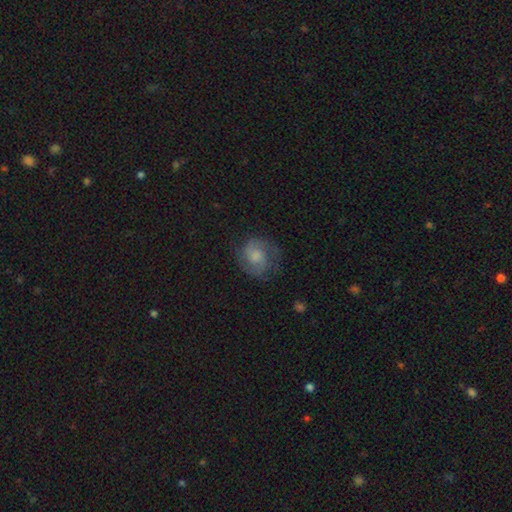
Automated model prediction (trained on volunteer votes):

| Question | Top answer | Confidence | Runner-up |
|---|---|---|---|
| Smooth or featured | featured or disk | 58% | smooth (34%) |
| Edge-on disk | no | 98% | yes (2%) |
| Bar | no | 60% | weak (34%) |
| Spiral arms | yes | 91% | no (9%) |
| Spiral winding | medium | 48% | tight (33%) |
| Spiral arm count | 2 | 81% | can't tell (10%) |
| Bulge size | moderate | 35% | small (26%) |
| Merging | none | 71% | minor disturbance (19%) |